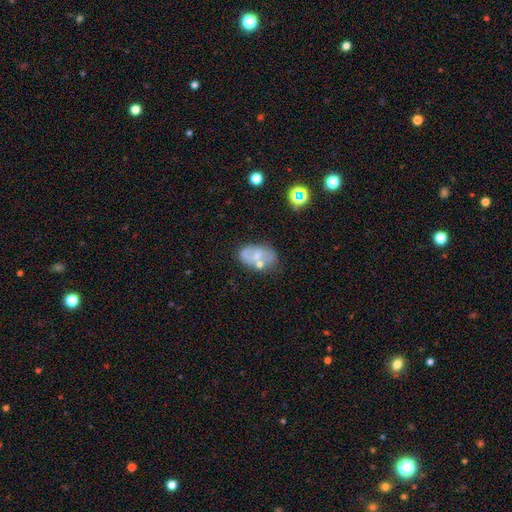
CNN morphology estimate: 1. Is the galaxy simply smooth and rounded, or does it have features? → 46% smooth, 43% featured or disk, 11% star or artifact.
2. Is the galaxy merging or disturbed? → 48% none, 23% minor disturbance, 19% merger, 11% major disturbance.